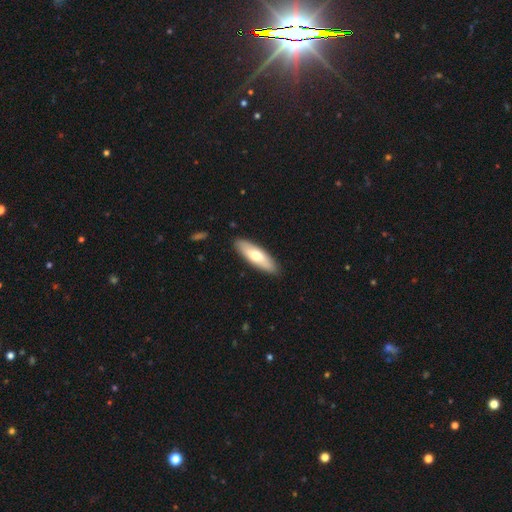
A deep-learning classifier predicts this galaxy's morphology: A smooth galaxy with no disk features (64%) that is in between round and cigar-shaped (51%).

Vote fractions:
- Smooth or featured? smooth: 64% / featured or disk: 31% / star or artifact: 5%
- How rounded? in between: 51% / cigar-shaped: 47% / round: 2%
- Merging? none: 89% / minor disturbance: 8% / major disturbance: 2% / merger: 1%